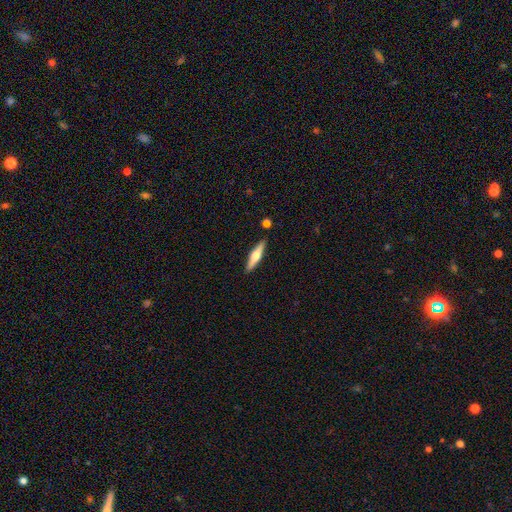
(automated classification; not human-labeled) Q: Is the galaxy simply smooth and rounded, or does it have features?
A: featured or disk — 52%.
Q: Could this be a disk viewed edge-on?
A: yes — 95%.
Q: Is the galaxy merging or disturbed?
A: none — 87%.